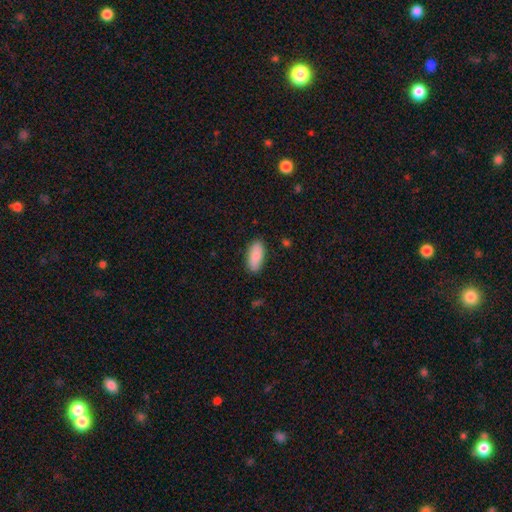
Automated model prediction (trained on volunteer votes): Q: Smooth or featured?
A: smooth (87%); runner-up: featured or disk (7%)
Q: How rounded?
A: in between (86%); runner-up: cigar-shaped (12%)
Q: Merging?
A: none (86%); runner-up: minor disturbance (10%)